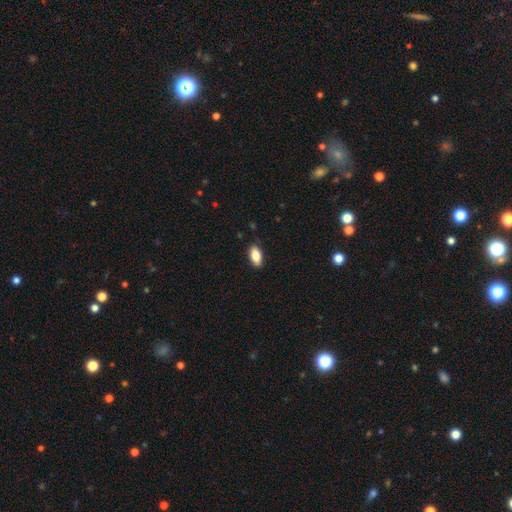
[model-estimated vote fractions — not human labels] Smooth or featured: smooth — 83% (featured or disk — 10%)
How rounded: in between — 91% (cigar-shaped — 6%)
Merging: none — 86% (minor disturbance — 11%)